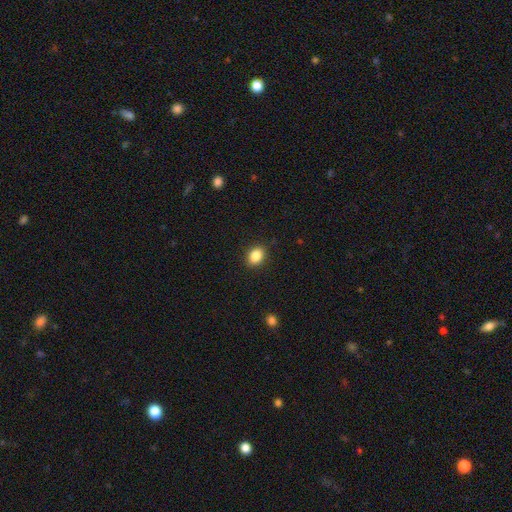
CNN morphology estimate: Q: Smooth or featured?
A: smooth (87%); runner-up: star or artifact (9%)
Q: How rounded?
A: in between (64%); runner-up: round (35%)
Q: Merging?
A: none (90%); runner-up: minor disturbance (7%)